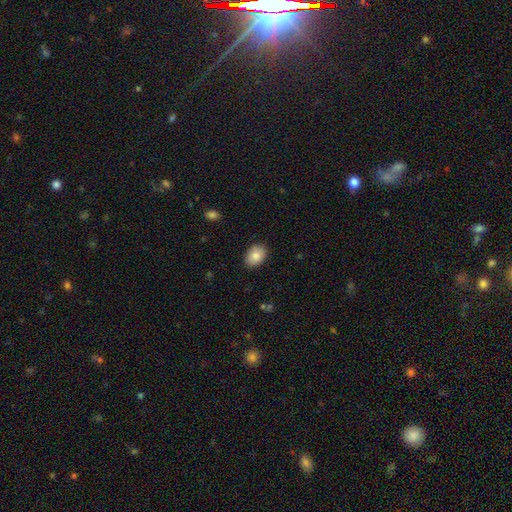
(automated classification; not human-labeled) Morphology: type=smooth (85%); roundness=in between (79%); merging=none (88%).